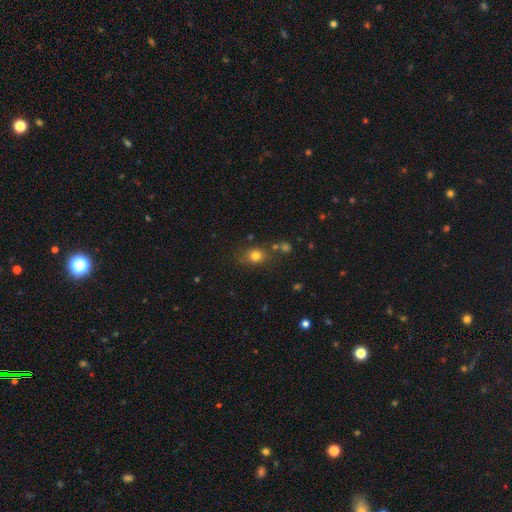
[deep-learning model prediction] This appears to be a smooth galaxy with no disk features (78%) that is round (57%). Merging: none (74%).